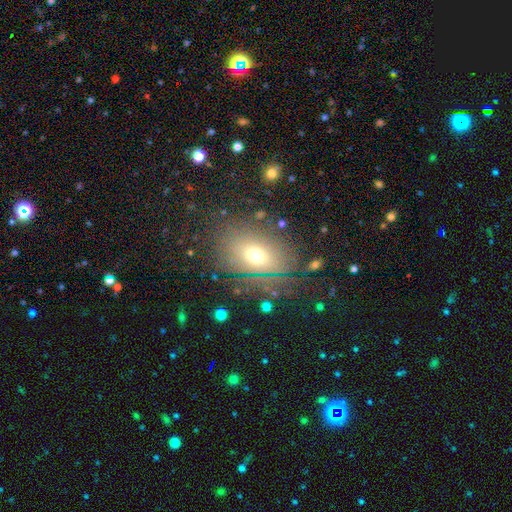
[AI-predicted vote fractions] Overall: smooth (58%; featured or disk 24%). How rounded: in between (73%). Merging: none (78%).